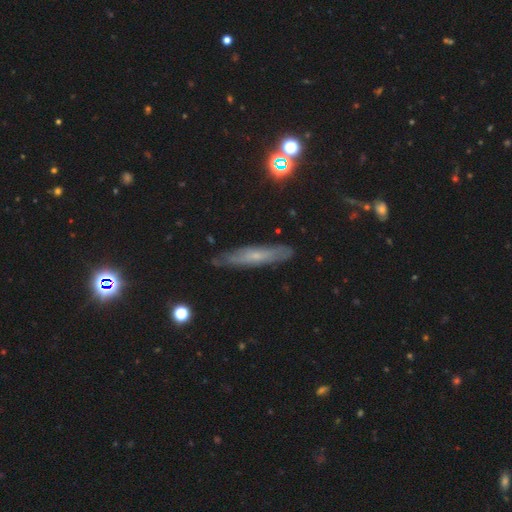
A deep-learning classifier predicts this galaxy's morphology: This appears to be a featured or disk galaxy (51%) viewed edge-on (67%). Merging: none (79%).